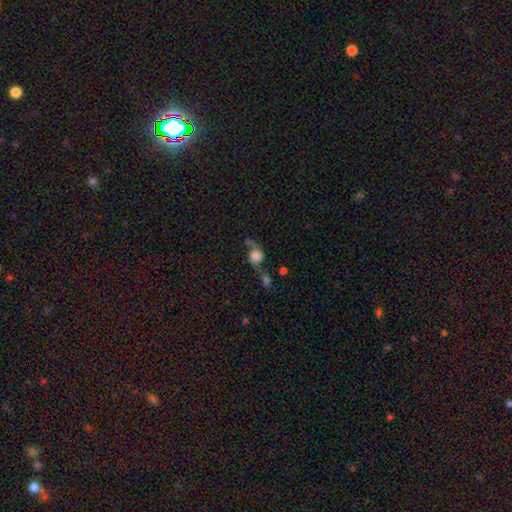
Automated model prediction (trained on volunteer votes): A smooth galaxy with no disk features (47%).

Vote fractions:
- Smooth or featured? smooth: 47% / featured or disk: 39% / star or artifact: 13%
- Merging? none: 31% (tied) / merger: 31% (tied) / major disturbance: 21% / minor disturbance: 17%